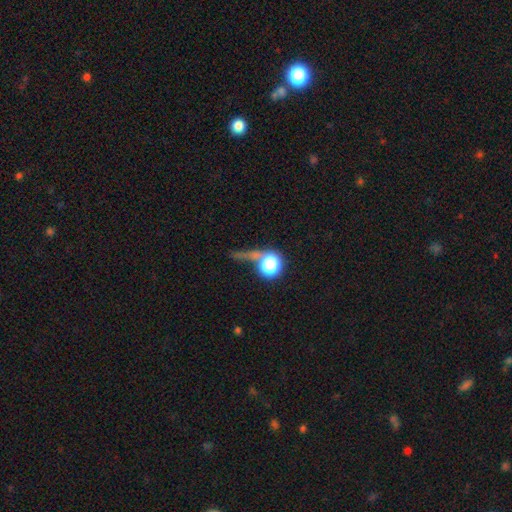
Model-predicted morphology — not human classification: This is possibly a star or artifact rather than a galaxy (52%).